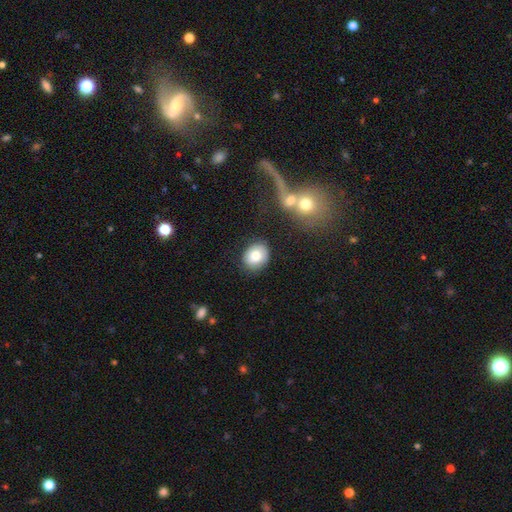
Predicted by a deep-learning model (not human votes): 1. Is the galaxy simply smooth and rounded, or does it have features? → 81% smooth, 11% featured or disk, 8% star or artifact.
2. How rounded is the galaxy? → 54% round, 45% in between, 1% cigar-shaped.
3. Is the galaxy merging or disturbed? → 80% none, 12% minor disturbance, 4% merger, 3% major disturbance.